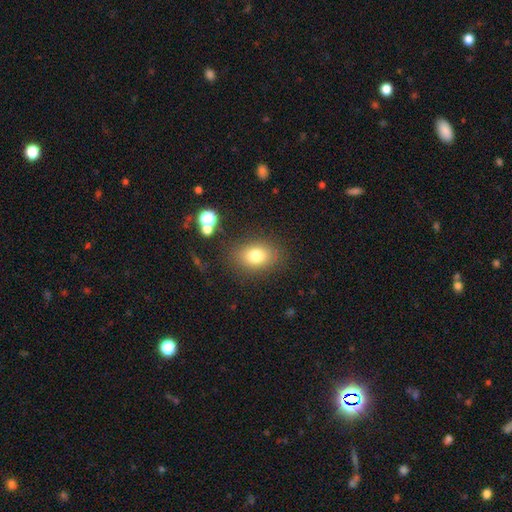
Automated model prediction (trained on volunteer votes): This is likely a smooth galaxy (78%). How rounded: likely in between (68%). Merging: clearly none (82%).